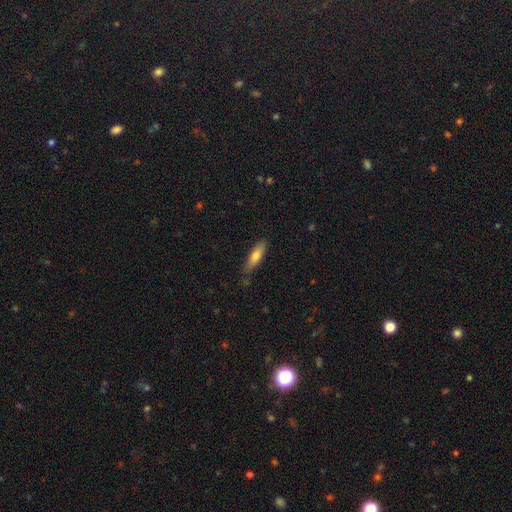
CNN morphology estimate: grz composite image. It shows a smooth galaxy with no disk features (70%) that is cigar-shaped (66%). Merging: none (77%).